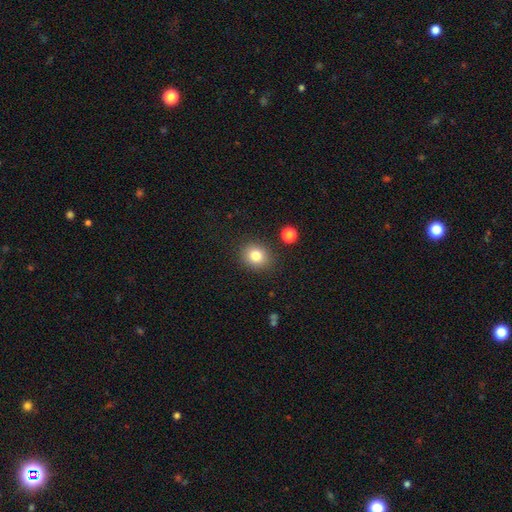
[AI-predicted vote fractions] This appears to be a smooth galaxy with no disk features (81%) that is round (76%). Merging: none (87%).